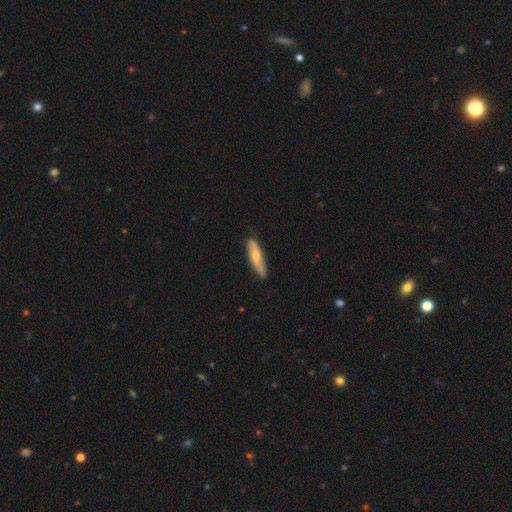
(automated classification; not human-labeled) This is likely a smooth galaxy (60%). How rounded: likely cigar-shaped (73%). Merging: clearly none (82%).